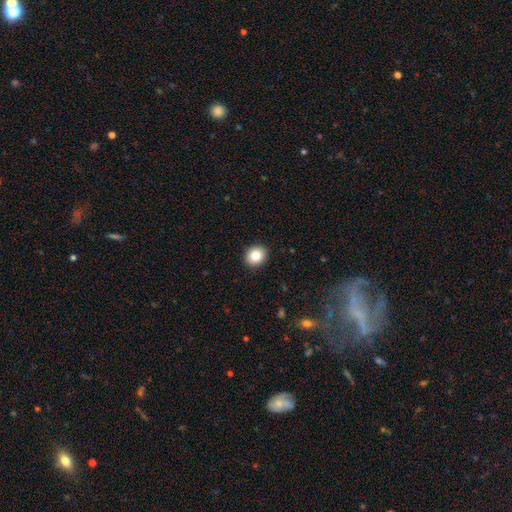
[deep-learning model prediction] Smooth or featured: smooth — 84% (star or artifact — 9%)
How rounded: round — 70% (in between — 29%)
Merging: none — 91% (minor disturbance — 6%)